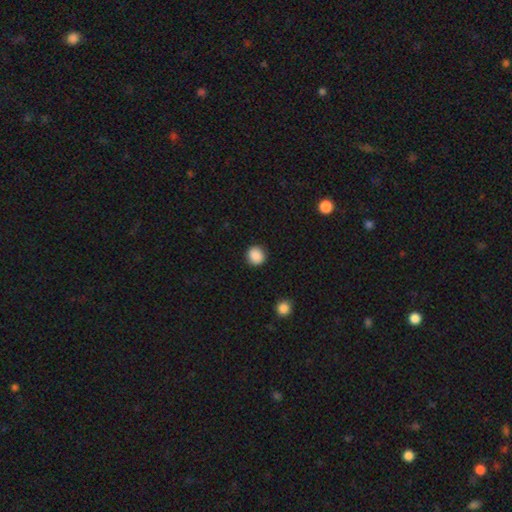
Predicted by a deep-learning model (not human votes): Morphology: type=smooth (89%); roundness=round (91%); merging=none (91%).